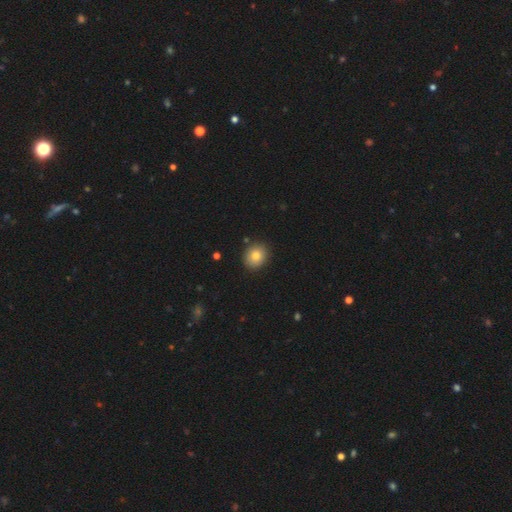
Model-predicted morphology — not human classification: smooth_or_featured: smooth (p=0.82) [alt: star or artifact p=0.09]
how_rounded: round (p=0.71) [alt: in between p=0.28]
merging: none (p=0.88) [alt: minor disturbance p=0.08]